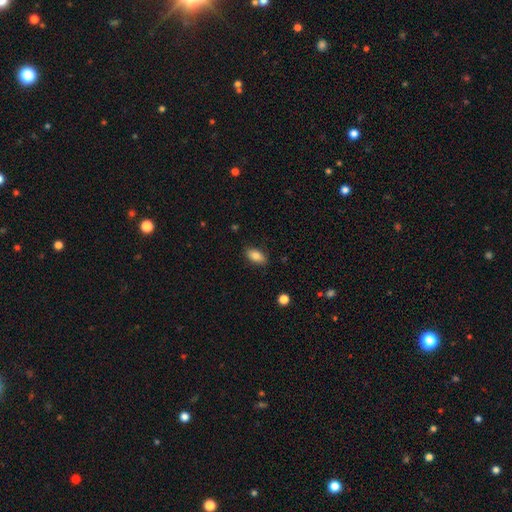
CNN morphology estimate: A smooth galaxy with no disk features (83%) that is in between round and cigar-shaped (90%). Merging: none (85%).